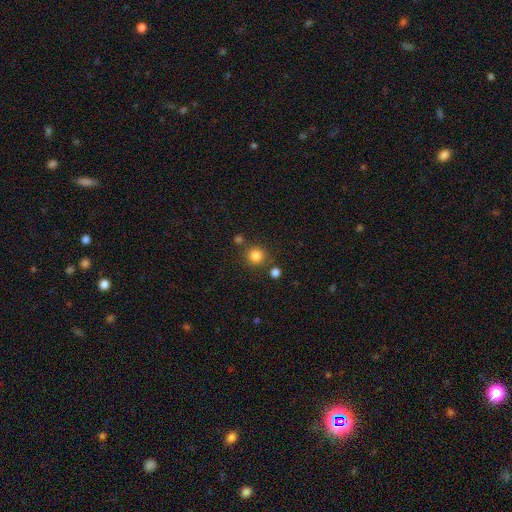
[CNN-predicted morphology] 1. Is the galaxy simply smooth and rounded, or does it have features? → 83% smooth, 12% star or artifact, 5% featured or disk.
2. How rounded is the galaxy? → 92% round, 7% in between, 1% cigar-shaped.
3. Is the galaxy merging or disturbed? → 80% none, 9% minor disturbance, 8% merger, 3% major disturbance.